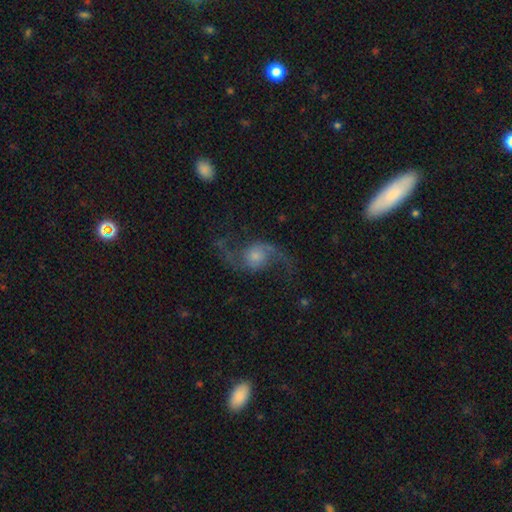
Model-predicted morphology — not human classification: A featured or disk galaxy (86%) with no bar (68%), 2 (93%) loose (77%) spiral arms (96%) and a moderate central bulge (40%).

Vote fractions:
- Smooth or featured? featured or disk: 86% / smooth: 7% / star or artifact: 7%
- Edge-on disk? no: 97% / yes: 3%
- Bar? no: 68% / weak: 26% / strong: 6%
- Spiral arms? yes: 96% / no: 4%
- Spiral winding? loose: 77% / medium: 20% / tight: 3%
- Spiral arm count? 2: 93% / 1: 2% / can't tell: 2% / 3: 1% / 4: 1% / more than 4: 1%
- Bulge size? moderate: 40% / small: 38% / large: 12% / none: 7% / dominant: 3%
- Merging? none: 71% / minor disturbance: 14% / major disturbance: 12% / merger: 2%